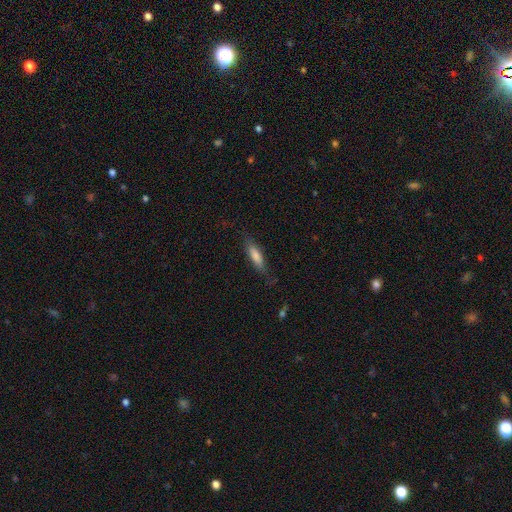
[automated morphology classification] This is likely a smooth galaxy (77%). How rounded: likely cigar-shaped (61%). Merging: likely none (76%).